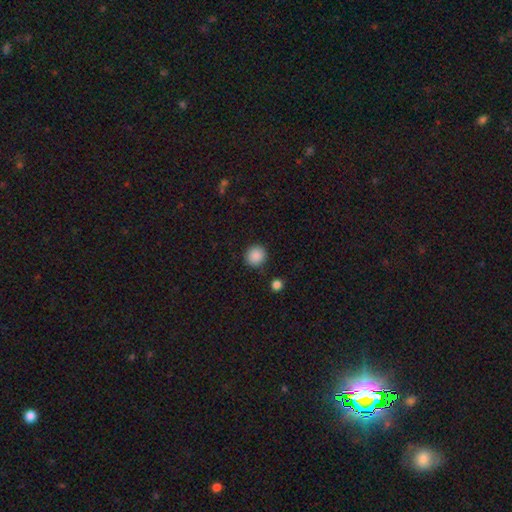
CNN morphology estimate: smooth 89%, star or artifact 9%, featured or disk 3%. Down the decision tree: how rounded — round (91%); merging — none (90%).